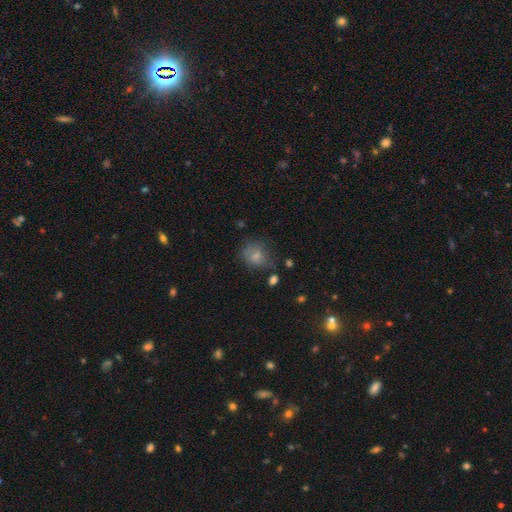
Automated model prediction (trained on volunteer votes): Morphology: type=smooth (73%); roundness=in between (50%); merging=none (54%).